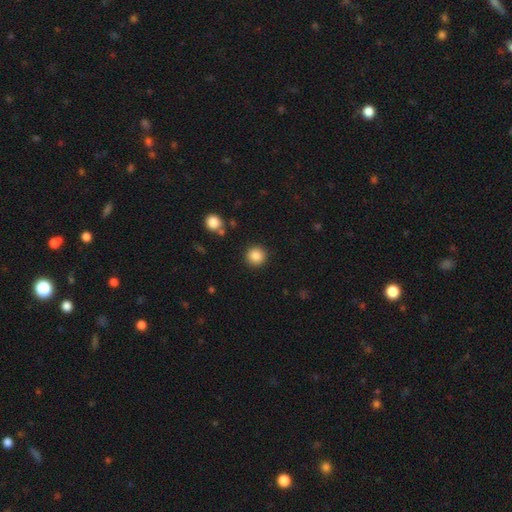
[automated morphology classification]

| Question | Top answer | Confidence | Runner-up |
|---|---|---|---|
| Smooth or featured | smooth | 87% | star or artifact (10%) |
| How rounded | round | 93% | in between (6%) |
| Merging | none | 90% | minor disturbance (6%) |